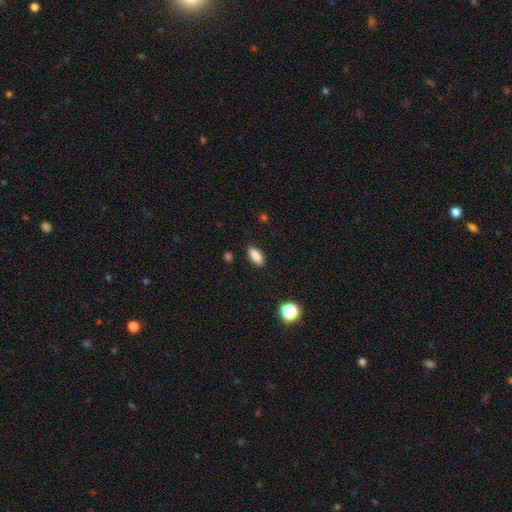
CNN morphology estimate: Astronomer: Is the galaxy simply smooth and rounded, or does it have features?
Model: smooth — 86%.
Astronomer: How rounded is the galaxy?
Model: in between — 83%.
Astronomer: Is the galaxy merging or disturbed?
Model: none — 88%.